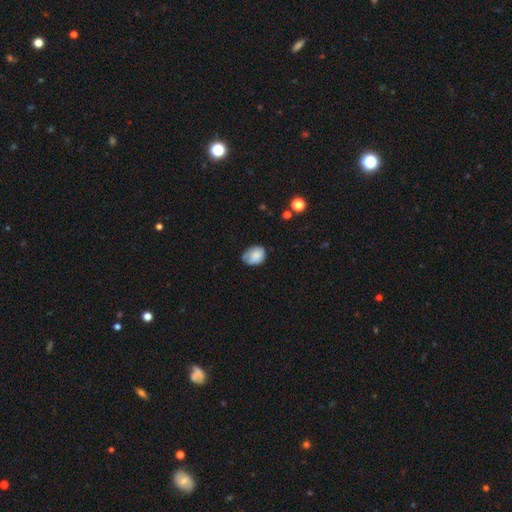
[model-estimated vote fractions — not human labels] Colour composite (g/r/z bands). It shows a smooth galaxy with no disk features (79%) that is in between round and cigar-shaped (68%). Merging: none (49%).